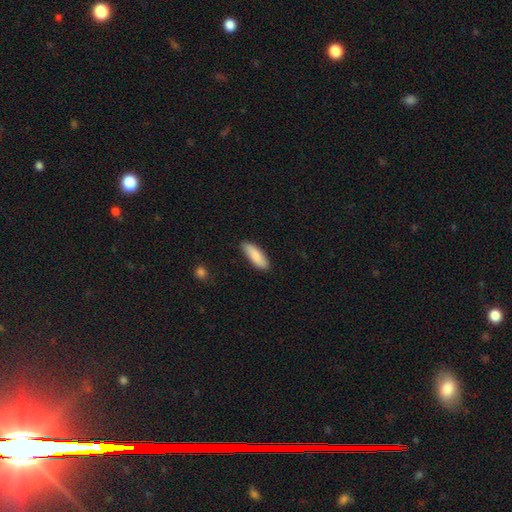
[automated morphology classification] A smooth galaxy with no disk features (85%) that is in between round and cigar-shaped (55%).

Vote fractions:
- Smooth or featured? smooth: 85% / featured or disk: 9% / star or artifact: 5%
- How rounded? in between: 55% / cigar-shaped: 43% / round: 2%
- Merging? none: 86% / minor disturbance: 11% / major disturbance: 2% / merger: 1%